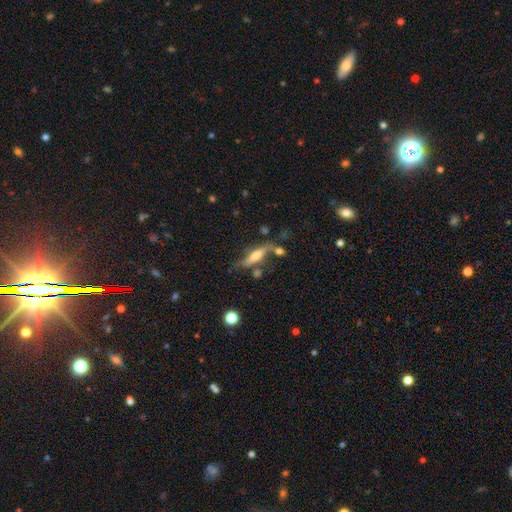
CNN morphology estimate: type=featured or disk (55%); edge-on=yes (81%); merging=none (58%).